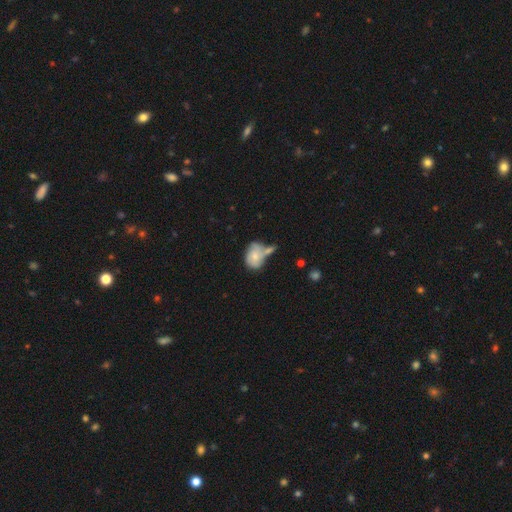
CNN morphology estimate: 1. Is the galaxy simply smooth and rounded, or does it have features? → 63% smooth, 30% featured or disk, 8% star or artifact.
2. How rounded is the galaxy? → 69% in between, 29% round, 1% cigar-shaped.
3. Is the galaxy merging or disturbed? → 39% merger, 31% none, 21% minor disturbance, 9% major disturbance.